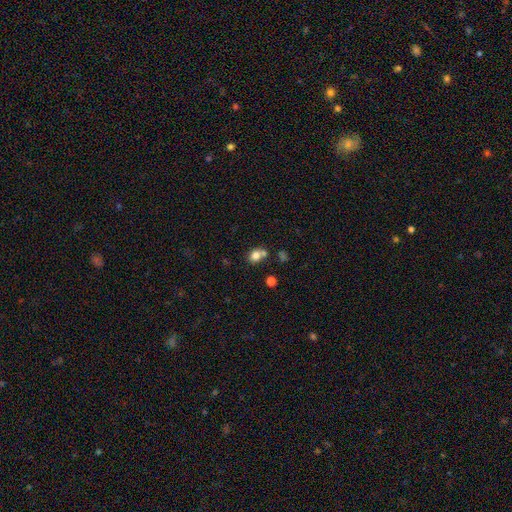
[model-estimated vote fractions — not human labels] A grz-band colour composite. It shows a smooth galaxy with no disk features (79%) that is round (57%). Merging: none (49%).